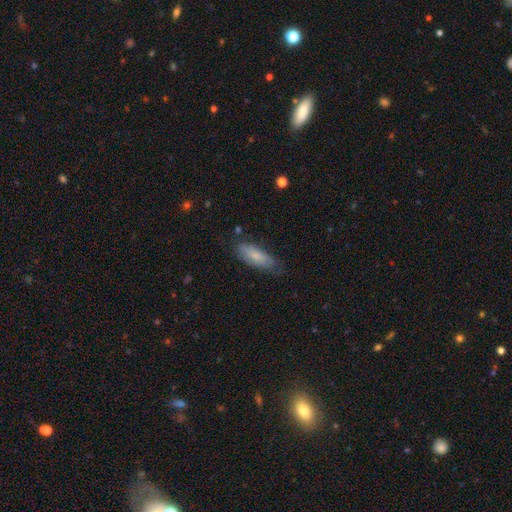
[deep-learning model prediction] Morphology: type=smooth (77%); roundness=in between (65%); merging=none (68%).